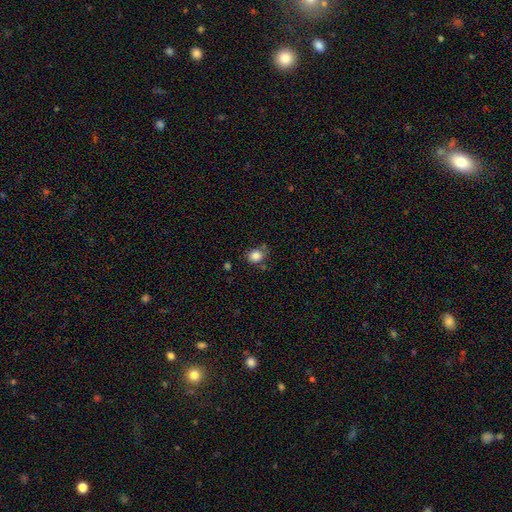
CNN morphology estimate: Smooth or featured? Predicted: smooth (p=0.84). How rounded? Predicted: round (p=0.66). Merging? Predicted: none (p=0.70).